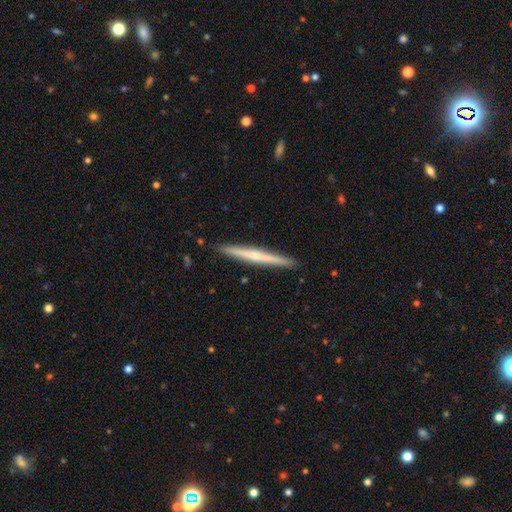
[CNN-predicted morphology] Smooth or featured? Predicted: featured or disk (p=0.60). Edge-on disk? Predicted: yes (p=0.98). Edge-on bulge? Predicted: rounded (p=0.51). Merging? Predicted: none (p=0.92).